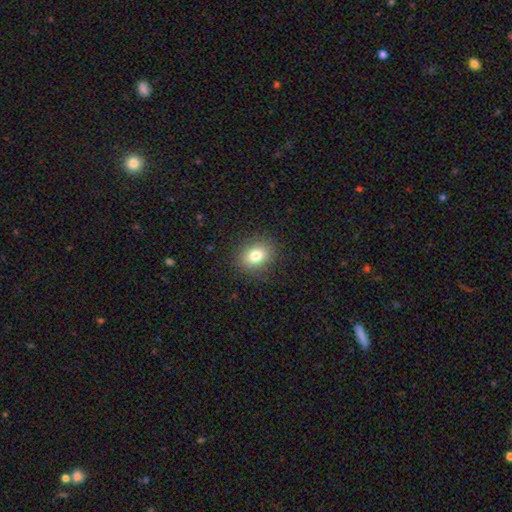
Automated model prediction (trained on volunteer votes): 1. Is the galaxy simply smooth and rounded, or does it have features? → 79% smooth, 11% star or artifact, 10% featured or disk.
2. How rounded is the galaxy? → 53% in between, 46% round, 1% cigar-shaped.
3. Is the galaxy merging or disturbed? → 87% none, 9% minor disturbance, 3% major disturbance, 1% merger.